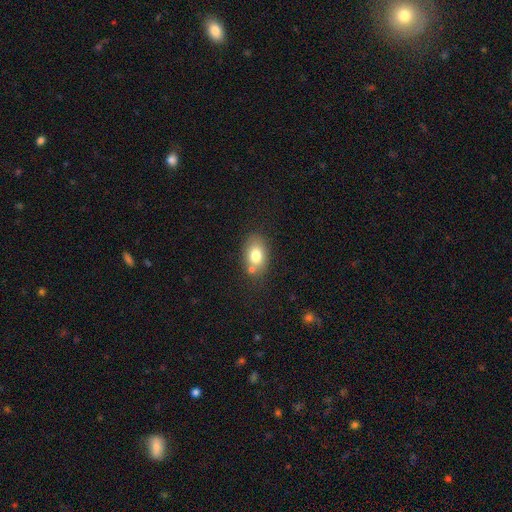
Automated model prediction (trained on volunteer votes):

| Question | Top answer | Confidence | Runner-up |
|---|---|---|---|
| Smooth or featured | smooth | 76% | featured or disk (15%) |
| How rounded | in between | 81% | round (17%) |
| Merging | none | 65% | minor disturbance (16%) |